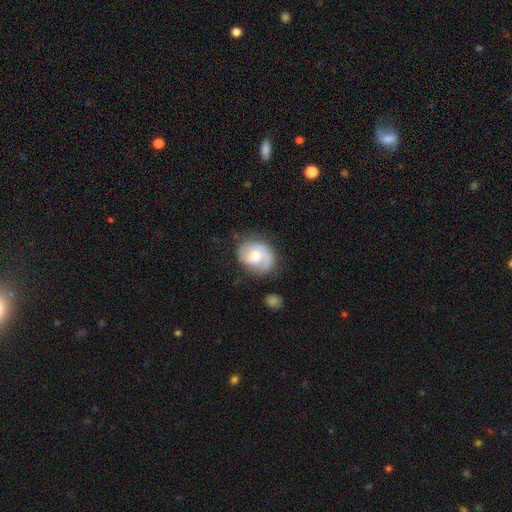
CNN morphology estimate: type=featured or disk (65%); edge-on=no (97%); bar=no (60%); spiral arms=yes (87%); winding=medium (45%); arm count=2 (67%); bulge=moderate (72%); merging=none (66%).